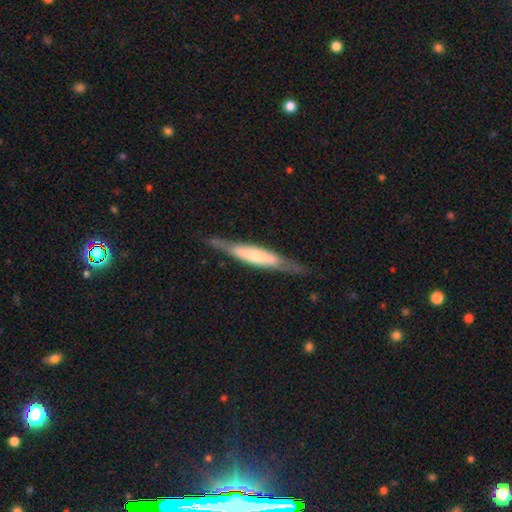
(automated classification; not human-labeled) This appears to be a featured or disk galaxy (57%) viewed edge-on (85%). Merging: none (80%).